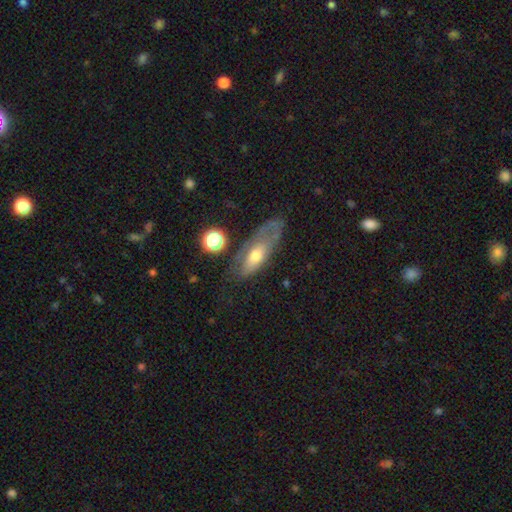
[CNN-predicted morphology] Smooth or featured? Predicted: featured or disk (p=0.47). Merging? Predicted: none (p=0.42).